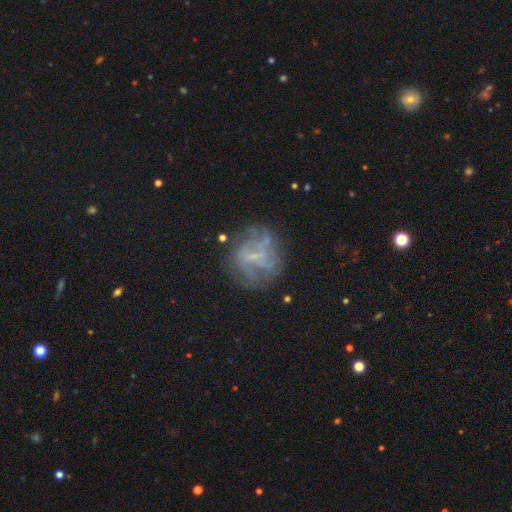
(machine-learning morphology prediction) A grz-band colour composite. It shows a featured or disk galaxy (66%) with a weak bar (43%), spiral arms (55%) and a small central bulge (49%). Merging: none (64%).